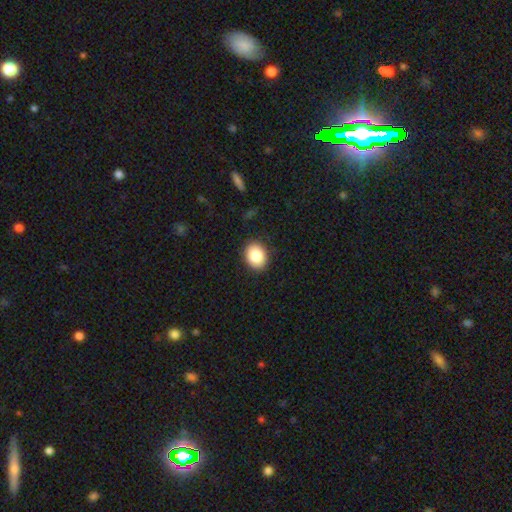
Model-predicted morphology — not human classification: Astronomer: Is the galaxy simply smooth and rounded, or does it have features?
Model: smooth — 84%.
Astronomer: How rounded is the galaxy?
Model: round — 51% (runner-up: in between, 48%).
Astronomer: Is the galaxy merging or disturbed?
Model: none — 89%.